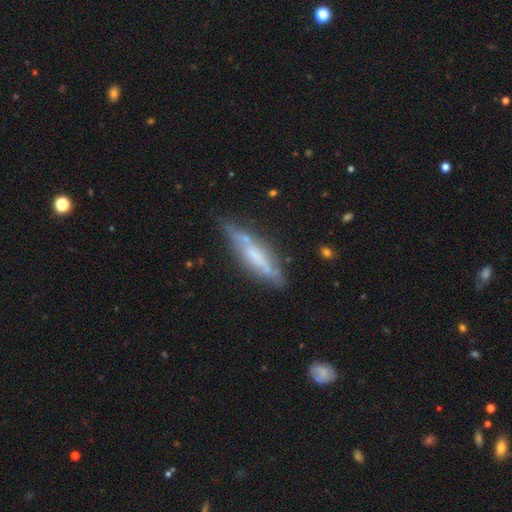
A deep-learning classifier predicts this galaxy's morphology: This appears to be a featured or disk galaxy (56%) viewed edge-on (77%). Merging: none (63%).